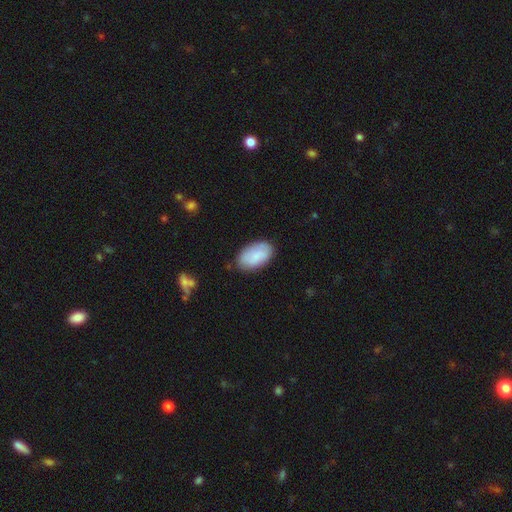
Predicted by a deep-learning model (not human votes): smooth 81%, featured or disk 13%, star or artifact 6%. Down the decision tree: how rounded — in between (94%); merging — none (79%).